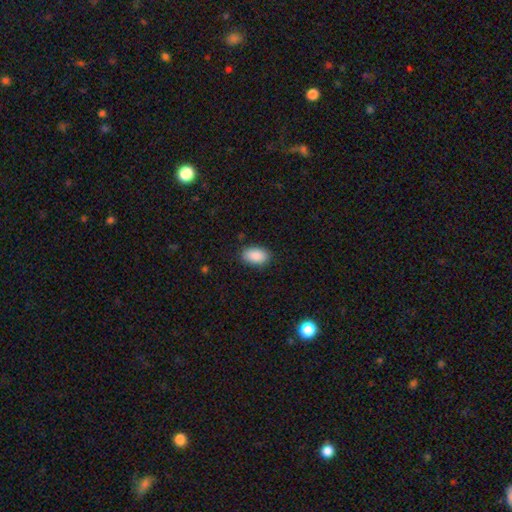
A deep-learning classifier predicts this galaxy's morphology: Smooth or featured: smooth — 90% (star or artifact — 7%)
How rounded: in between — 93% (round — 6%)
Merging: none — 86% (minor disturbance — 10%)